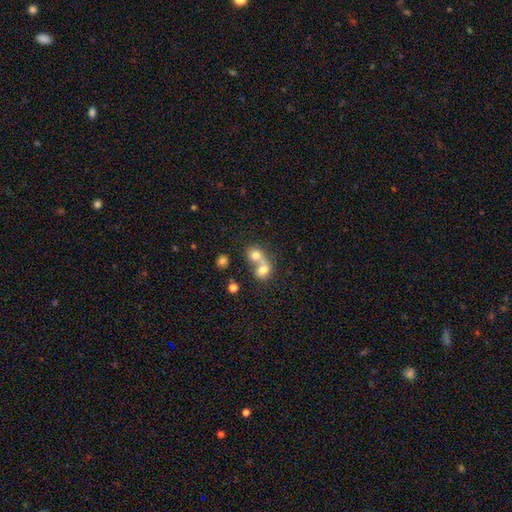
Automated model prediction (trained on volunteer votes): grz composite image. It shows a smooth galaxy with no disk features (73%) that is round (72%). Merging: merger (68%).